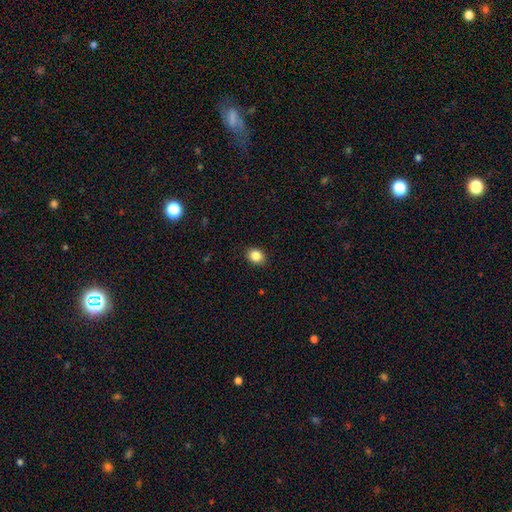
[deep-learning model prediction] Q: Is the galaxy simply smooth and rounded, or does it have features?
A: smooth — 86%.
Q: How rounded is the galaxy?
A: round — 58%.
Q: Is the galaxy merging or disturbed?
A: none — 90%.